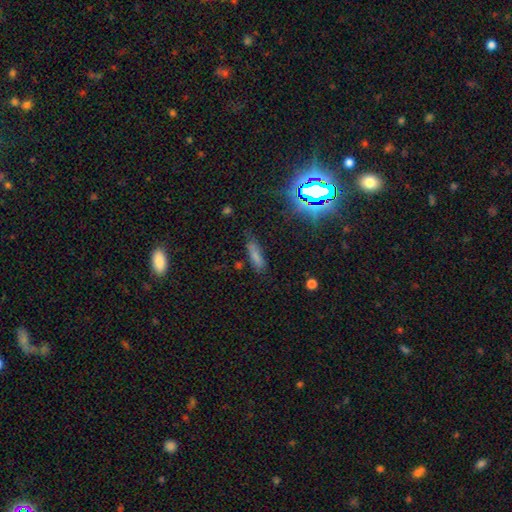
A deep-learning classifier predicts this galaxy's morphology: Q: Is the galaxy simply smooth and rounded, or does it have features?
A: smooth — 67%.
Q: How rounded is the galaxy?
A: cigar-shaped — 62%.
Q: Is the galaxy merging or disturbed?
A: none — 68%.